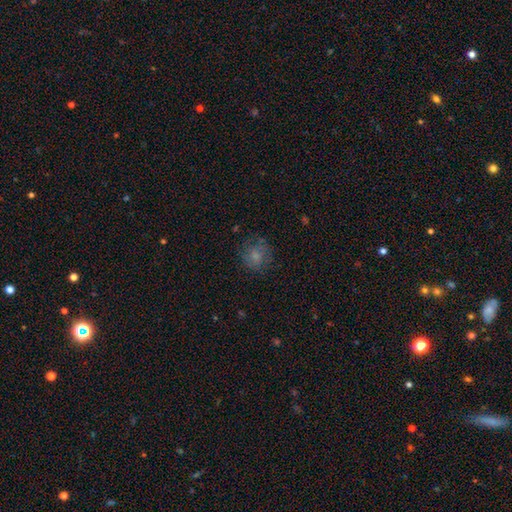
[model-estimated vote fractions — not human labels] Smooth or featured? Predicted: smooth (p=0.76). How rounded? Predicted: round (p=0.84). Merging? Predicted: none (p=0.73).